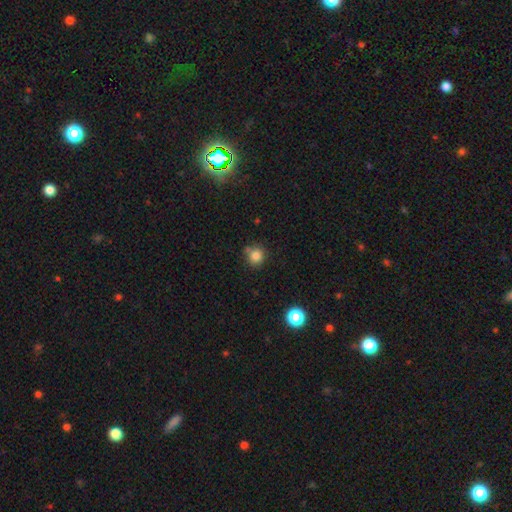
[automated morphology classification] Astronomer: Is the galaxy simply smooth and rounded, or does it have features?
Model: smooth — 83%.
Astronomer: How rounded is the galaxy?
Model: round — 89%.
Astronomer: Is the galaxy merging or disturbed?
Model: none — 72%.